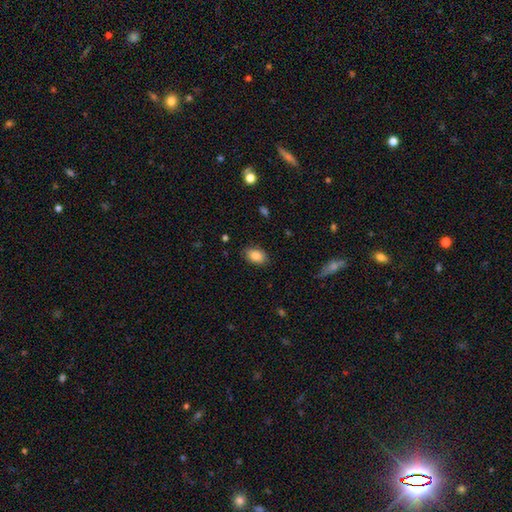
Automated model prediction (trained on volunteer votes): Overall: smooth (87%). How rounded: in between (87%). Merging: none (85%).